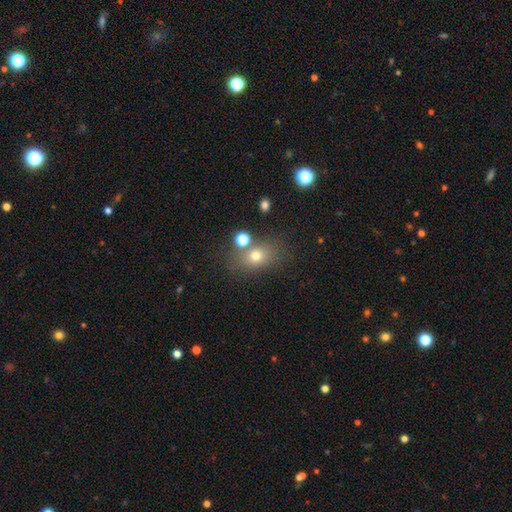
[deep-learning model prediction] smooth 71%, star or artifact 15%, featured or disk 14%. Down the decision tree: how rounded — in between (59%); merging — none (67%).